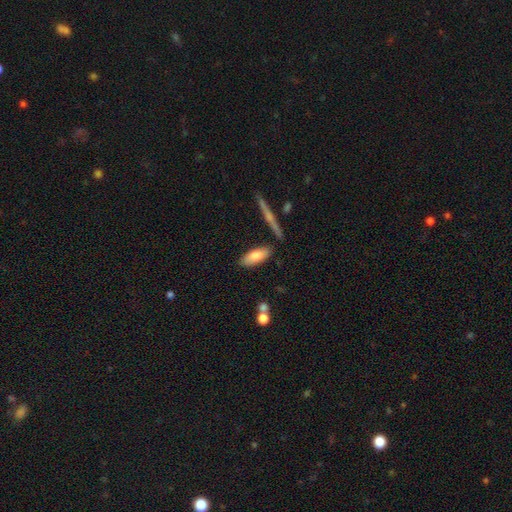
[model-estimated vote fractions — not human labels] smooth_or_featured: smooth (p=0.81) [alt: featured or disk p=0.14]
how_rounded: in between (p=0.75) [alt: cigar-shaped p=0.23]
merging: none (p=0.78) [alt: minor disturbance p=0.13]